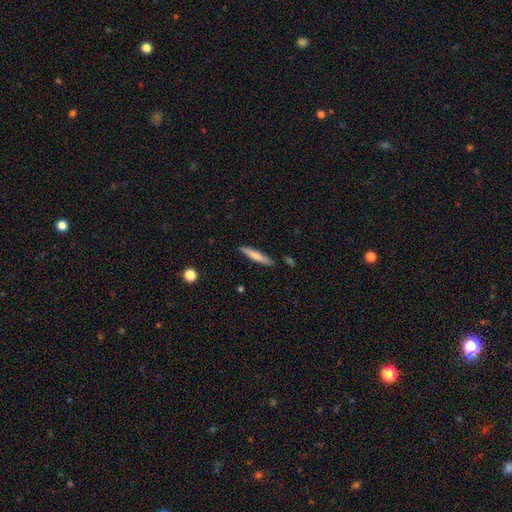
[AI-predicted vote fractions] smooth_or_featured: smooth (p=0.71) [alt: featured or disk p=0.23]
how_rounded: cigar-shaped (p=0.90) [alt: in between p=0.08]
merging: none (p=0.85) [alt: minor disturbance p=0.11]